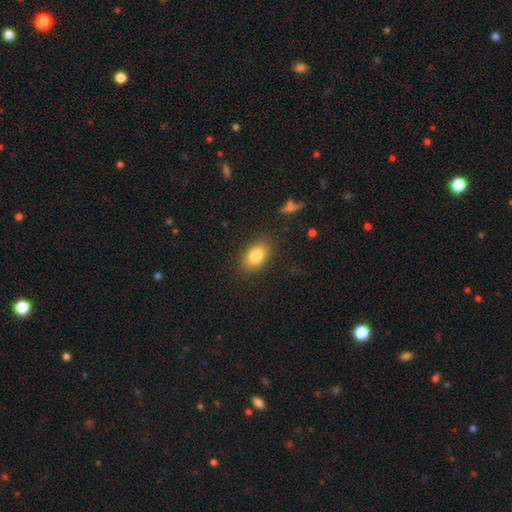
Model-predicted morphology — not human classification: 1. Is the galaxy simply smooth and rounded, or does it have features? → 81% smooth, 10% featured or disk, 8% star or artifact.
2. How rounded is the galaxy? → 87% in between, 11% round, 2% cigar-shaped.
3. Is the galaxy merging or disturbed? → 85% none, 11% minor disturbance, 3% major disturbance, 1% merger.